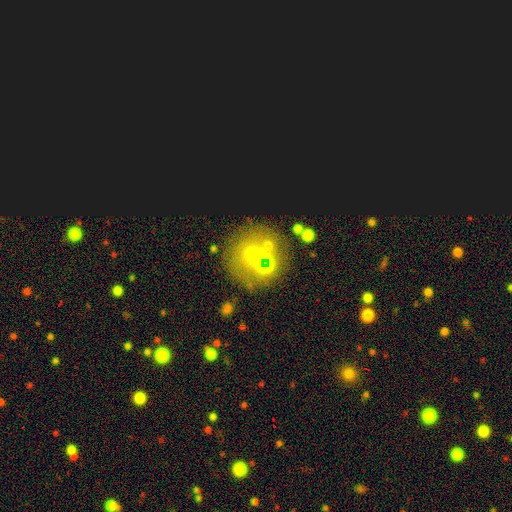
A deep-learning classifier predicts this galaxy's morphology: Smooth or featured? Predicted: smooth (p=0.42). Merging? Predicted: none (p=0.67).